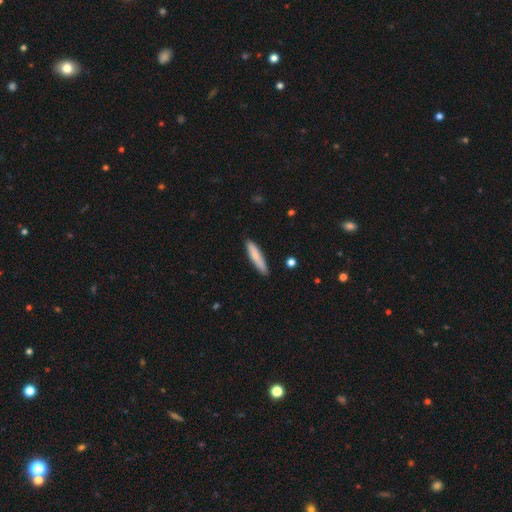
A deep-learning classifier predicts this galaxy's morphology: The model was most divided on "smooth or featured": smooth: 80%, featured or disk: 14%, star or artifact: 6%. More confident: how rounded — cigar-shaped (86%); merging — none (85%).